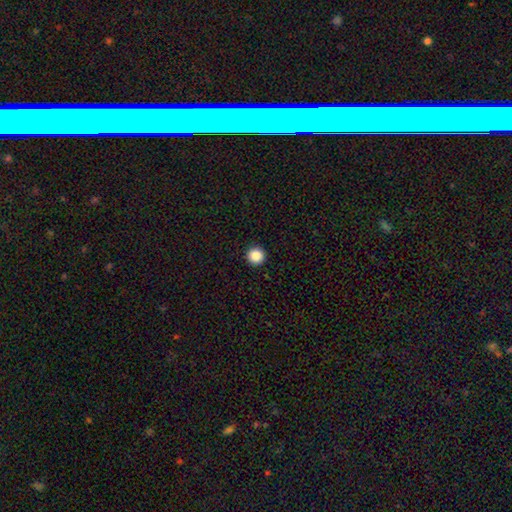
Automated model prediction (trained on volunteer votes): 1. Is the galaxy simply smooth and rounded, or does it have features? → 87% smooth, 10% star or artifact, 3% featured or disk.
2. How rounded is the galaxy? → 96% round, 3% in between, 1% cigar-shaped.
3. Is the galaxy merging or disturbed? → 94% none, 4% minor disturbance, 1% major disturbance, 1% merger.